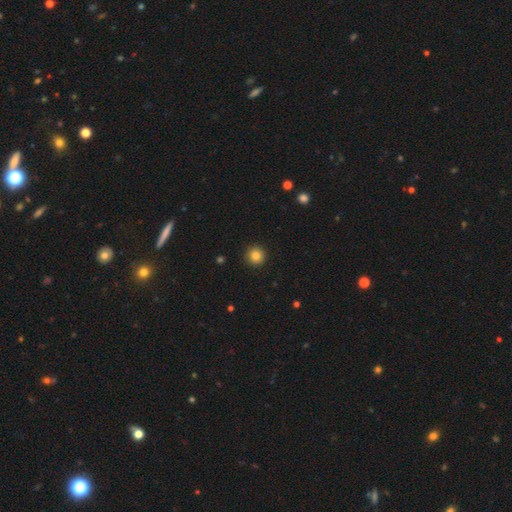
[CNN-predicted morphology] This appears to be a smooth galaxy with no disk features (83%) that is round (96%). Merging: none (93%).